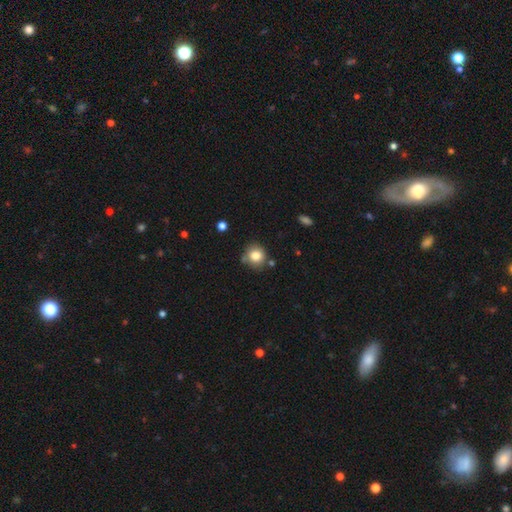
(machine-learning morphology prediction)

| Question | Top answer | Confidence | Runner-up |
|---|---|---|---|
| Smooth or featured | smooth | 81% | star or artifact (11%) |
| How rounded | round | 89% | in between (10%) |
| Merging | none | 71% | minor disturbance (17%) |